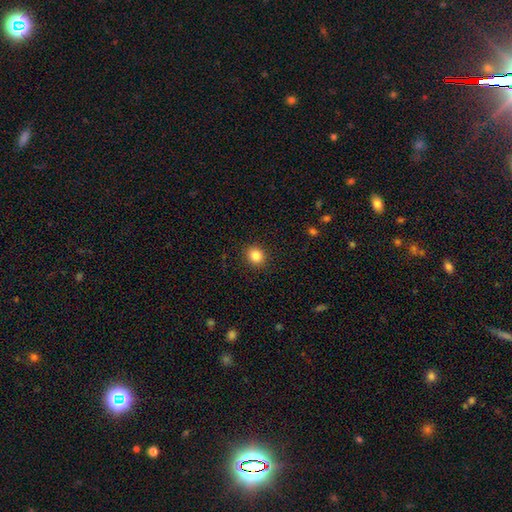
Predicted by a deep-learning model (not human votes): A smooth galaxy with no disk features (85%) that is round (77%).

Vote fractions:
- Smooth or featured? smooth: 85% / star or artifact: 11% / featured or disk: 5%
- How rounded? round: 77% / in between: 22% / cigar-shaped: 1%
- Merging? none: 91% / minor disturbance: 6% / major disturbance: 2% / merger: 1%